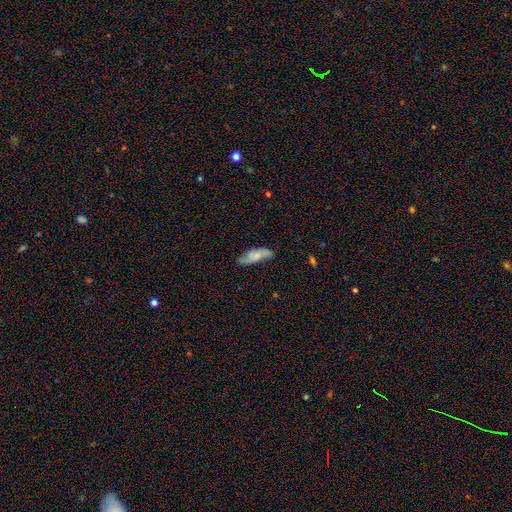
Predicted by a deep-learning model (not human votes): smooth_or_featured: smooth (p=0.66) [alt: featured or disk p=0.27]
how_rounded: in between (p=0.67) [alt: cigar-shaped p=0.31]
merging: none (p=0.66) [alt: minor disturbance p=0.25]